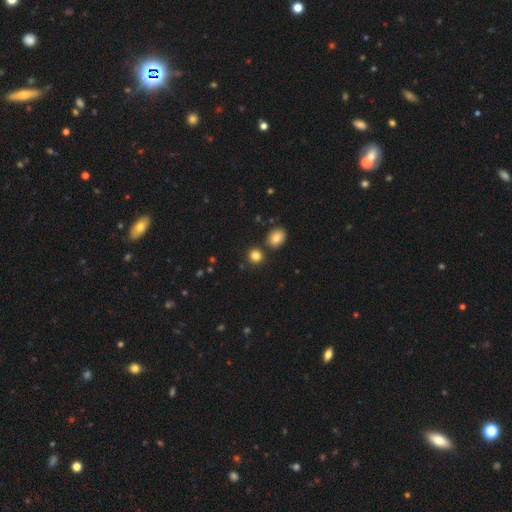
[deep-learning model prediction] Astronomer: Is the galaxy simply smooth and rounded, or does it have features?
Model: smooth — 84%.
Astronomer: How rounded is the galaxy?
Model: round — 83%.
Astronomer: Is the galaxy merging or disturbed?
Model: none — 78%.